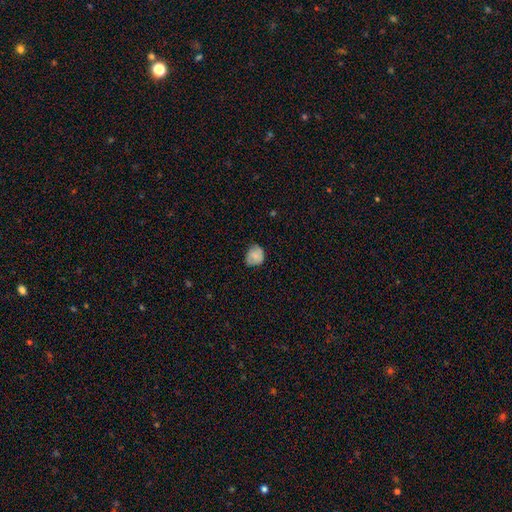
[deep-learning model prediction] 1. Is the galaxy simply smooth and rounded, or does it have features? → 68% smooth, 23% featured or disk, 9% star or artifact.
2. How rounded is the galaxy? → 73% round, 26% in between, 1% cigar-shaped.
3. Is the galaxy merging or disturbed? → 65% none, 27% minor disturbance, 6% major disturbance, 1% merger.